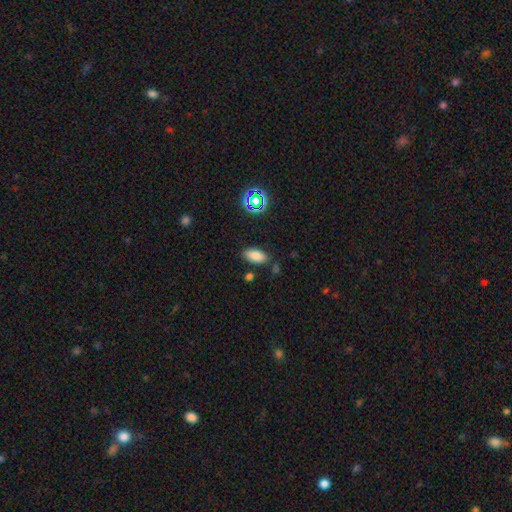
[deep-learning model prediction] smooth-or-featured: smooth: 81% | star or artifact: 13% | featured or disk: 7%
  how-rounded: in between: 90% | cigar-shaped: 6% | round: 4%
  merging: none: 82% | minor disturbance: 11% | merger: 4% | major disturbance: 3%